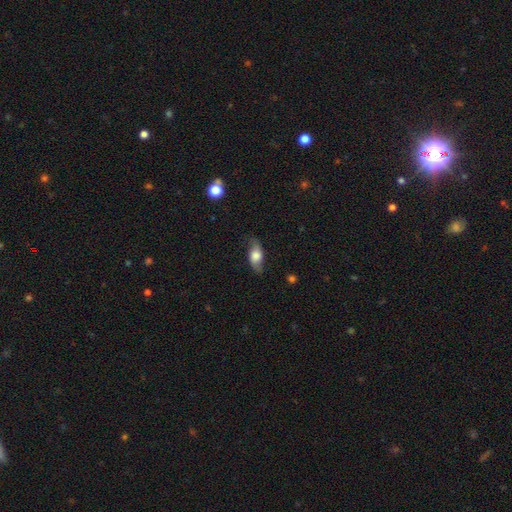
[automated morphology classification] type=smooth (58%); roundness=in between (81%); merging=none (74%).